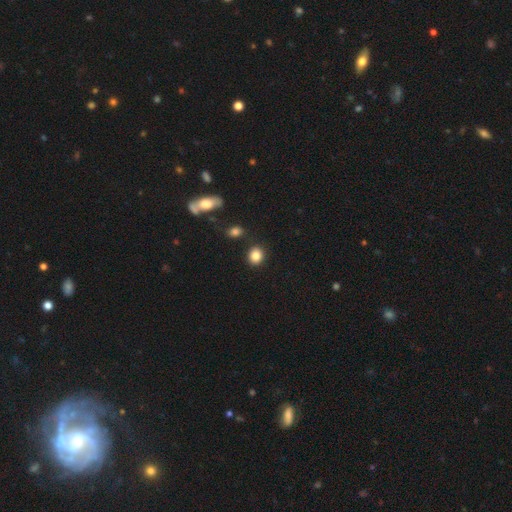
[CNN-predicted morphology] This is clearly a smooth galaxy (86%). How rounded: likely round (68%). Merging: clearly none (84%).